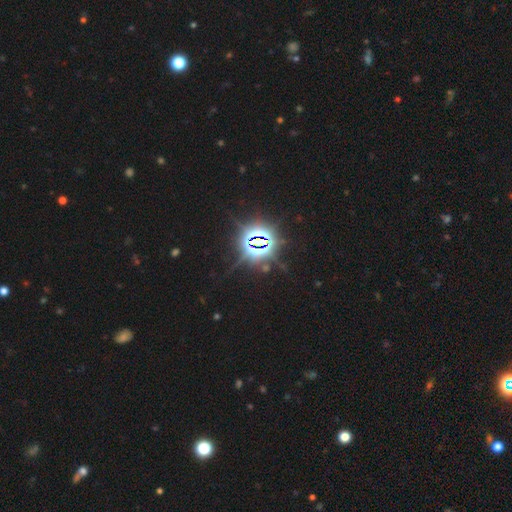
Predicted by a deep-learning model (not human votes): Morphology: type=star or artifact (85%).